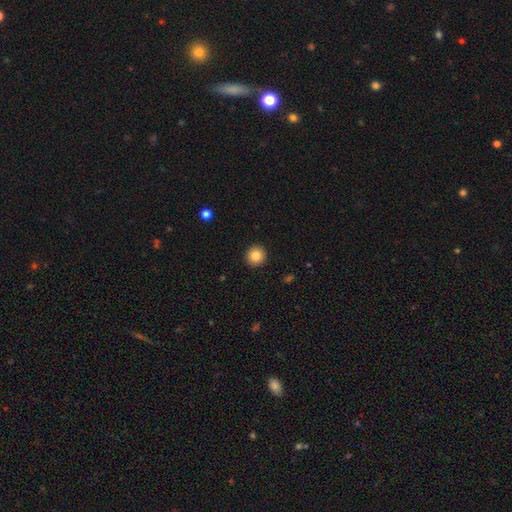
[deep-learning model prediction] smooth-or-featured: smooth: 84% | star or artifact: 10% | featured or disk: 7%
  how-rounded: round: 95% | in between: 4% | cigar-shaped: 1%
  merging: none: 93% | minor disturbance: 4% | major disturbance: 2% | merger: 1%